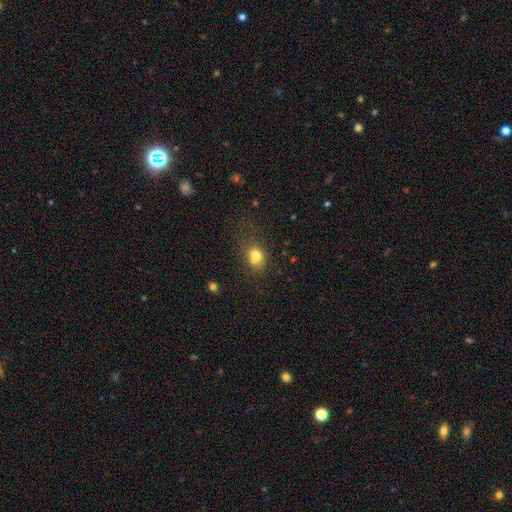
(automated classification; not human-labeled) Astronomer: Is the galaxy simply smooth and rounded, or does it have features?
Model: smooth — 70%.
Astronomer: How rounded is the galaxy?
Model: round — 50% (runner-up: in between, 49%).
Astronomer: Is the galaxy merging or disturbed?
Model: merger — 44% (runner-up: none, 35%).